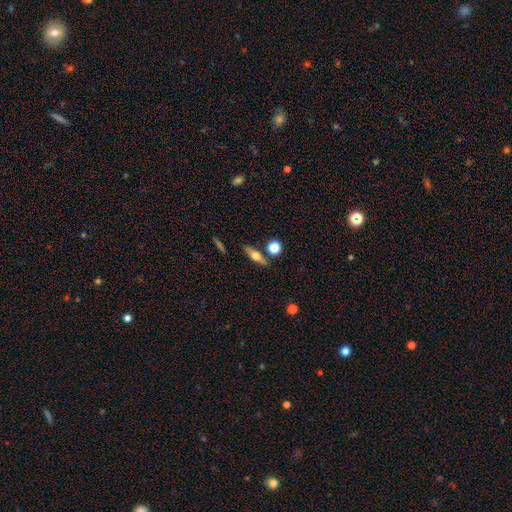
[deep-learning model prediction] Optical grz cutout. It shows a featured or disk galaxy (48%). Merging: none (80%).